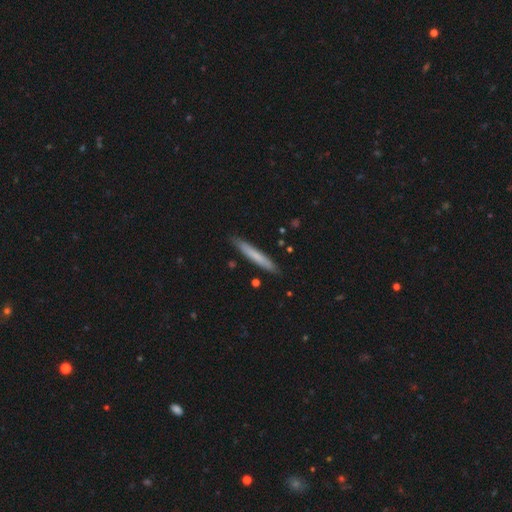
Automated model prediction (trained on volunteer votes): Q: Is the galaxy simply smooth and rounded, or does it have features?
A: smooth — 70%.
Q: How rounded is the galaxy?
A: cigar-shaped — 96%.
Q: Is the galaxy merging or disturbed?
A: none — 88%.